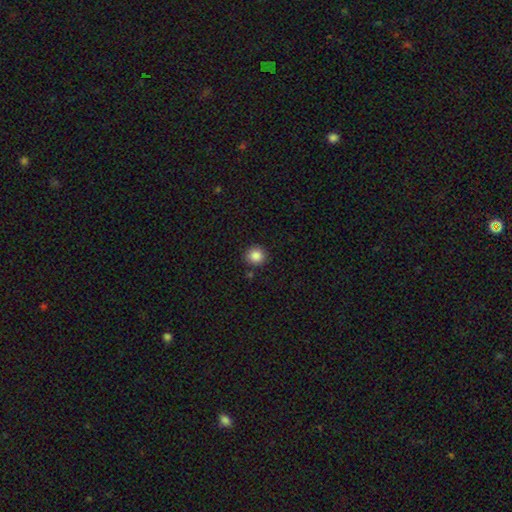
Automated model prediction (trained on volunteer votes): A smooth galaxy with no disk features (86%) that is round (90%).

Vote fractions:
- Smooth or featured? smooth: 86% / star or artifact: 10% / featured or disk: 4%
- How rounded? round: 90% / in between: 9% / cigar-shaped: 1%
- Merging? none: 87% / minor disturbance: 8% / merger: 3% / major disturbance: 2%